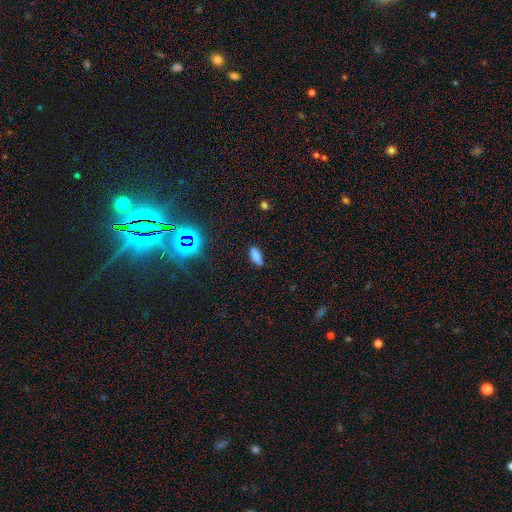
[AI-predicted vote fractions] Morphology: type=smooth (75%); roundness=in between (82%); merging=none (75%).